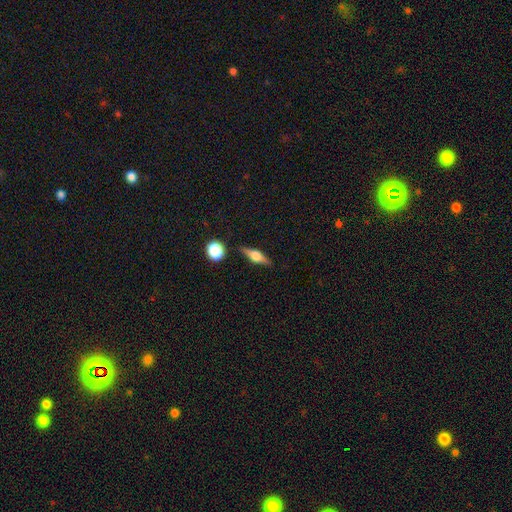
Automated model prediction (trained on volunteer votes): A featured or disk galaxy (62%) viewed edge-on (95%) with a rounded central bulge (91%). Merging: none (86%).